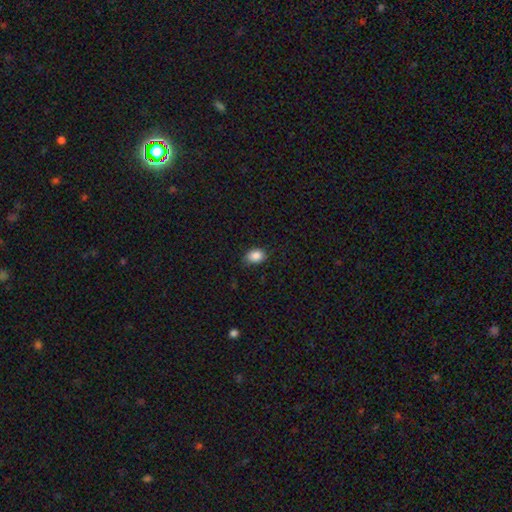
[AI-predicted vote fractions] Smooth or featured? Predicted: smooth (p=0.87). How rounded? Predicted: in between (p=0.69). Merging? Predicted: none (p=0.78).